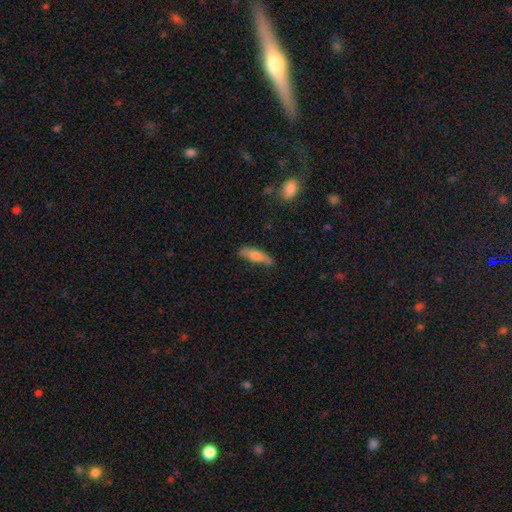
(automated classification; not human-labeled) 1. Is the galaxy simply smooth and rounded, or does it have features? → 69% smooth, 25% featured or disk, 6% star or artifact.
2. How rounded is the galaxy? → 60% cigar-shaped, 38% in between, 2% round.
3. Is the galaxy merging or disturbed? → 70% none, 23% minor disturbance, 5% major disturbance, 2% merger.